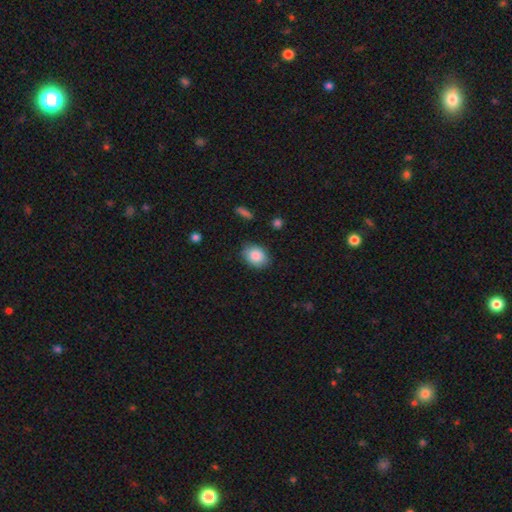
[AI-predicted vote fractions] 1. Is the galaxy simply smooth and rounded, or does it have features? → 87% smooth, 7% star or artifact, 6% featured or disk.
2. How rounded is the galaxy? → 62% in between, 37% round, 1% cigar-shaped.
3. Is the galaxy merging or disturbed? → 83% none, 13% minor disturbance, 3% major disturbance, 2% merger.